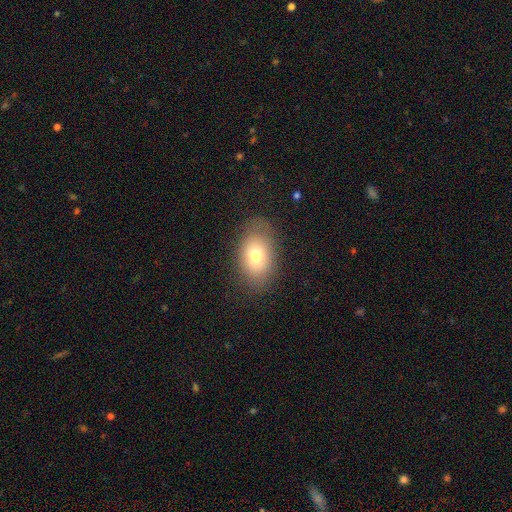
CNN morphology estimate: The model was most divided on "smooth or featured": smooth: 74%, featured or disk: 16%, star or artifact: 11%. More confident: how rounded — in between (83%); merging — none (78%).